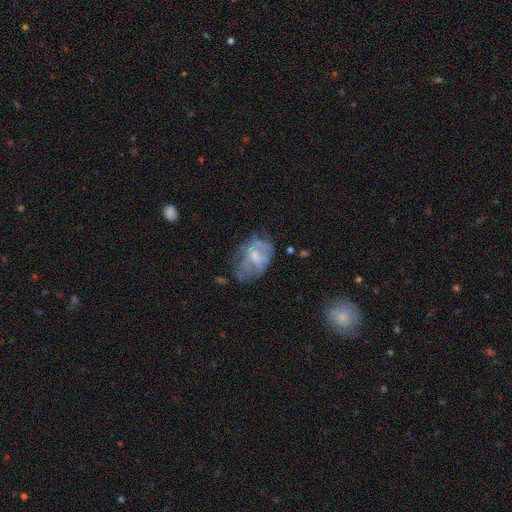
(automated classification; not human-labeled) Smooth or featured?
  - featured or disk: 57% *
  - smooth: 34%
  - star or artifact: 9%
Edge-on disk?
  - no: 97% *
  - yes: 3%
Bar?
  - no: 58% *
  - weak: 35%
  - strong: 6%
Spiral arms?
  - no: 60% *
  - yes: 40%
Bulge size?
  - moderate: 43% *
  - small: 40%
  - none: 12%
  - large: 4%
  - dominant: 1%
Merging?
  - none: 38% *
  - major disturbance: 31%
  - minor disturbance: 29%
  - merger: 3%